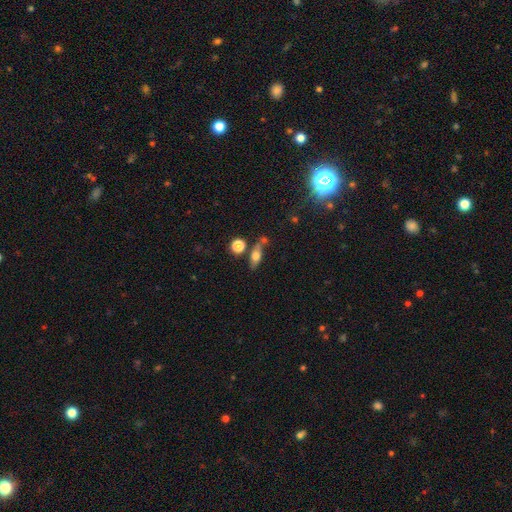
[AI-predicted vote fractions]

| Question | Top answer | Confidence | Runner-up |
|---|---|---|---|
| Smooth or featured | smooth | 61% | featured or disk (27%) |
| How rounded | in between | 61% | cigar-shaped (25%) |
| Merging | none | 58% | merger (18%) |